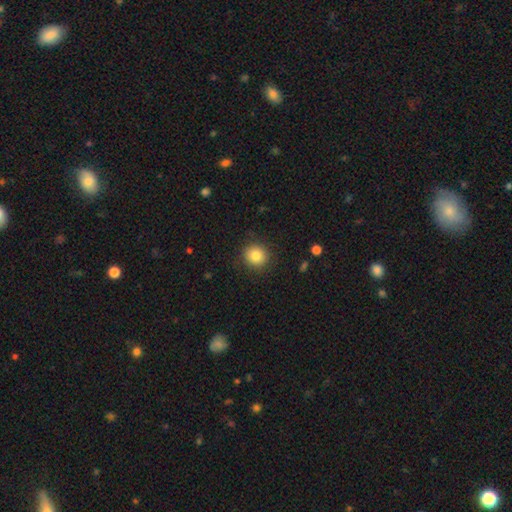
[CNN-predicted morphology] Smooth or featured?
  - smooth: 83% *
  - star or artifact: 10%
  - featured or disk: 7%
How rounded?
  - round: 88% *
  - in between: 11%
  - cigar-shaped: 1%
Merging?
  - none: 88% *
  - minor disturbance: 8%
  - major disturbance: 3%
  - merger: 1%